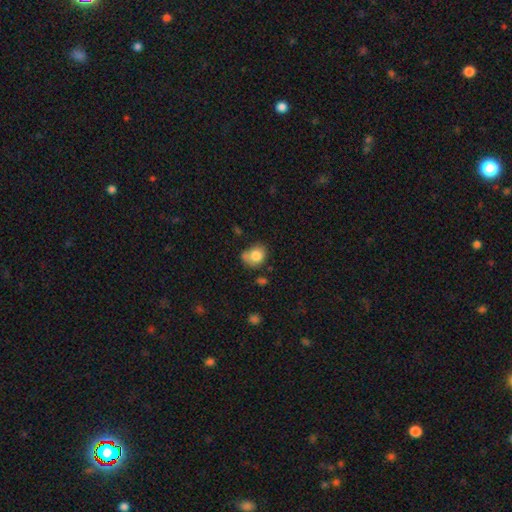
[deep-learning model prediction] smooth_or_featured: smooth (p=0.80) [alt: featured or disk p=0.11]
how_rounded: round (p=0.56) [alt: in between p=0.43]
merging: none (p=0.50) [alt: minor disturbance p=0.27]